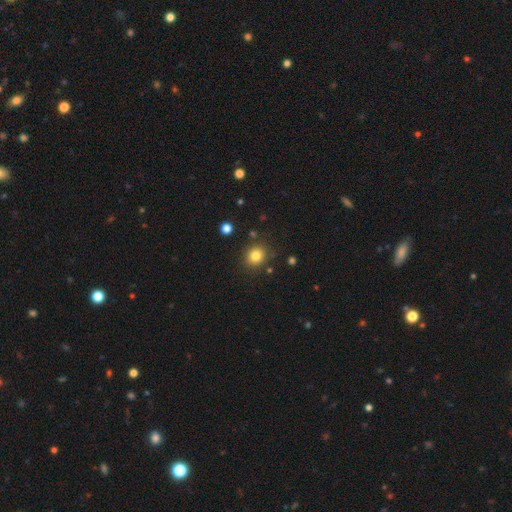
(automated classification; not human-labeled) Morphology: type=smooth (81%); roundness=round (80%); merging=none (86%).